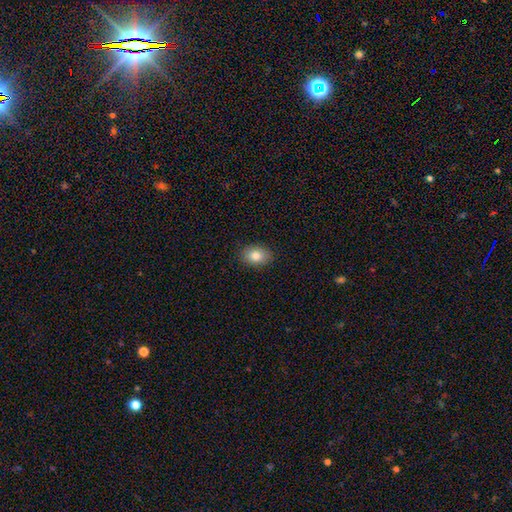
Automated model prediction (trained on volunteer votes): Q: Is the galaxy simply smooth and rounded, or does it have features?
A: smooth — 82%.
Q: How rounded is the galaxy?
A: in between — 78%.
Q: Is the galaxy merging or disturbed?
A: none — 89%.